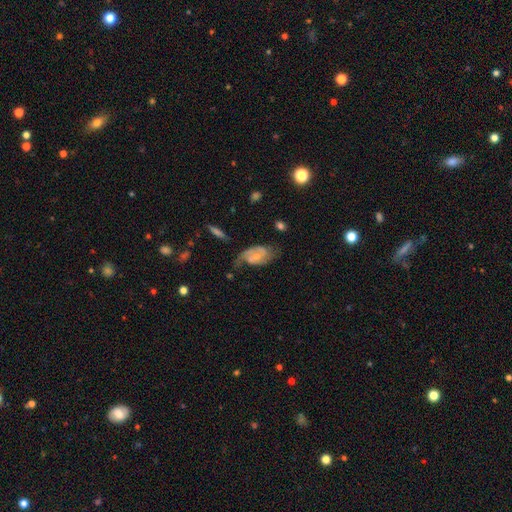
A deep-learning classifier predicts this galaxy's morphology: smooth_or_featured: featured or disk (p=0.62) [alt: smooth p=0.31]
disk_edge_on: no (p=0.96) [alt: yes p=0.04]
bar: no (p=0.57) [alt: weak p=0.37]
has_spiral_arms: yes (p=0.84) [alt: no p=0.16]
bulge_size: small (p=0.51) [alt: moderate p=0.26]
merging: none (p=0.39) [alt: minor disturbance p=0.29]